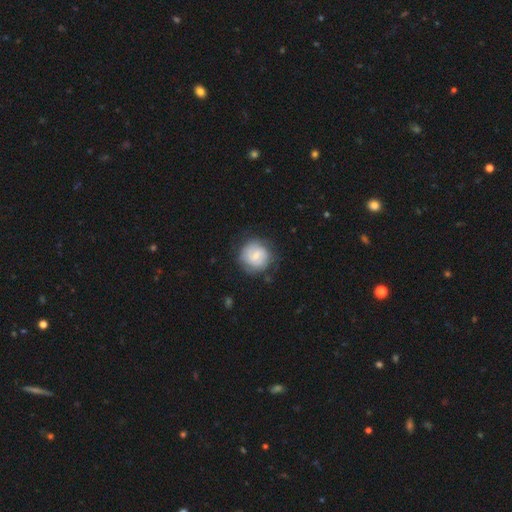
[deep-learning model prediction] The model was most divided on "smooth or featured": smooth: 50%, featured or disk: 43%, star or artifact: 7%. More confident: how rounded — round (90%); merging — none (75%).